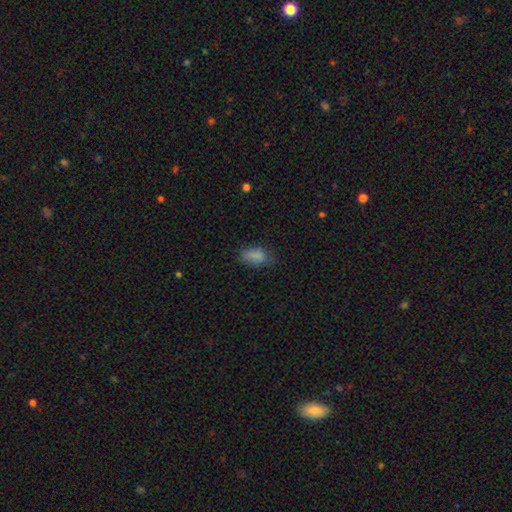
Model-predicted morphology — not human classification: Smooth or featured? Predicted: smooth (p=0.81). How rounded? Predicted: in between (p=0.89). Merging? Predicted: none (p=0.61).